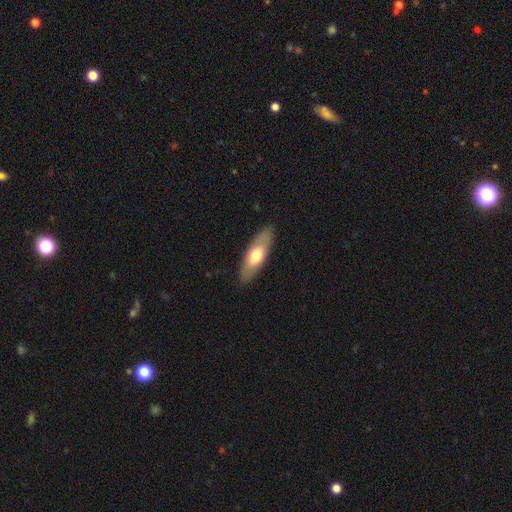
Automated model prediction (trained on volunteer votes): Overall: smooth (58%; featured or disk 37%). How rounded: in between (65%; cigar-shaped 33%). Merging: none (87%).